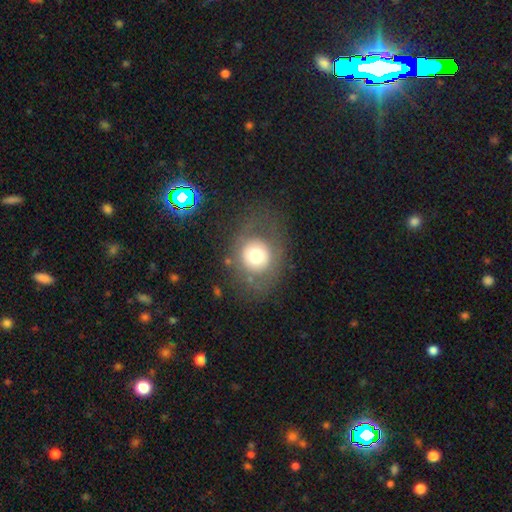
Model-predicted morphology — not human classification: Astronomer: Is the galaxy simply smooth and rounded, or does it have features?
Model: smooth — 61%.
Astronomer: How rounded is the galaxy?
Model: round — 82%.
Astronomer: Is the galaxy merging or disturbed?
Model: none — 72%.